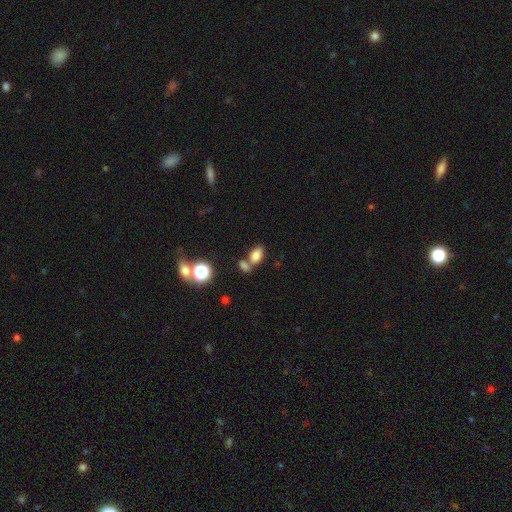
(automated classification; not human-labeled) Smooth or featured?
  - smooth: 79% *
  - star or artifact: 12%
  - featured or disk: 9%
How rounded?
  - in between: 88% *
  - round: 10%
  - cigar-shaped: 2%
Merging?
  - none: 49% *
  - merger: 36%
  - minor disturbance: 10%
  - major disturbance: 4%